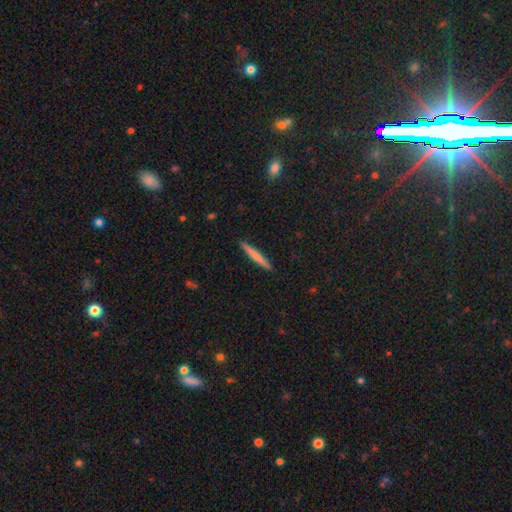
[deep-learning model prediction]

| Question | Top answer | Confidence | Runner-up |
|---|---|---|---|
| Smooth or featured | smooth | 70% | featured or disk (25%) |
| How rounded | cigar-shaped | 96% | in between (3%) |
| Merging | none | 92% | minor disturbance (6%) |